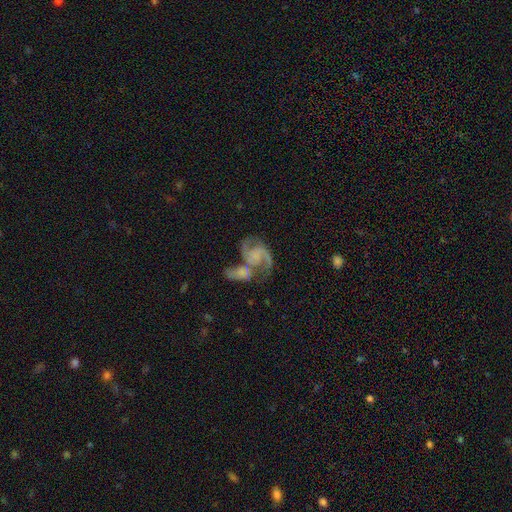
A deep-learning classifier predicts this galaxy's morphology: smooth-or-featured: featured or disk: 83% | smooth: 10% | star or artifact: 6%
  disk-edge-on: no: 98% | yes: 2%
    bar: no: 63% | weak: 30% | strong: 7%
    has-spiral-arms: yes: 95% | no: 5%
      spiral-winding: medium: 52% | loose: 30% | tight: 18%
      spiral-arm-count: 2: 83% | 3: 6% | can't tell: 5% | 1: 4% | 4: 2% | more than 4: 1%
    bulge-size: none: 50% | small: 28% | moderate: 16% | large: 5% | dominant: 2%
  merging: merger: 51% | none: 24% | major disturbance: 13% | minor disturbance: 11%